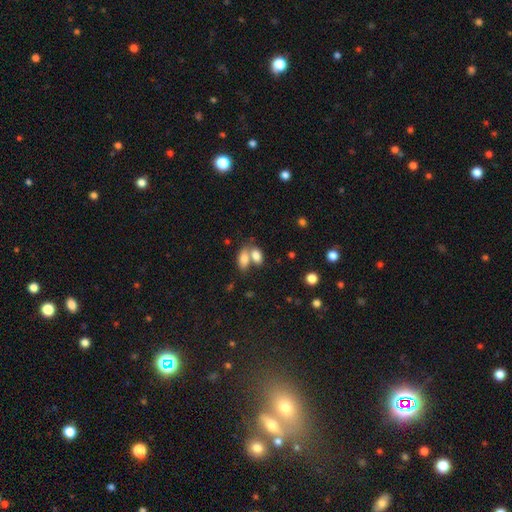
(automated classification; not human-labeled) Smooth or featured?
  - smooth: 81% *
  - featured or disk: 11%
  - star or artifact: 8%
How rounded?
  - in between: 89% *
  - round: 7%
  - cigar-shaped: 4%
Merging?
  - merger: 56% *
  - none: 32%
  - minor disturbance: 8%
  - major disturbance: 4%